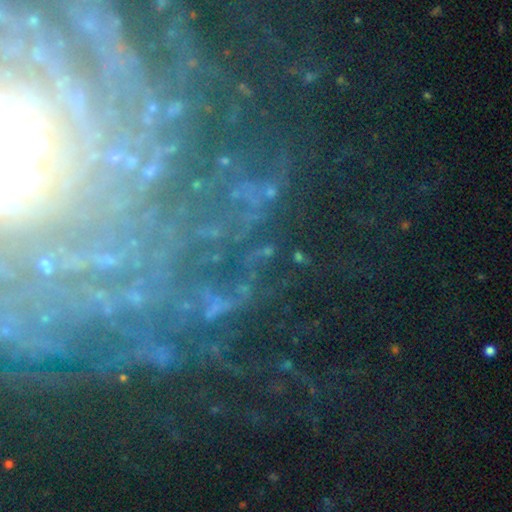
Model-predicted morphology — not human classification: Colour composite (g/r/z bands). It shows a featured or disk galaxy (54%) with no bar (60%), spiral arms (83%) and a small central bulge (62%). Merging: none (69%).